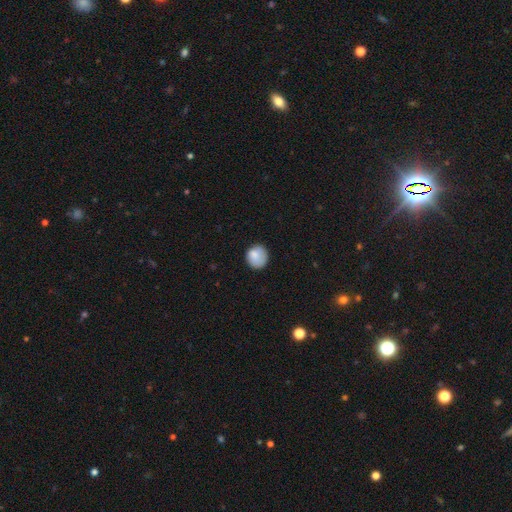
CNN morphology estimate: A smooth galaxy with no disk features (84%) that is round (86%).

Vote fractions:
- Smooth or featured? smooth: 84% / featured or disk: 8% / star or artifact: 8%
- How rounded? round: 86% / in between: 13% / cigar-shaped: 1%
- Merging? none: 75% / minor disturbance: 19% / major disturbance: 5% / merger: 2%